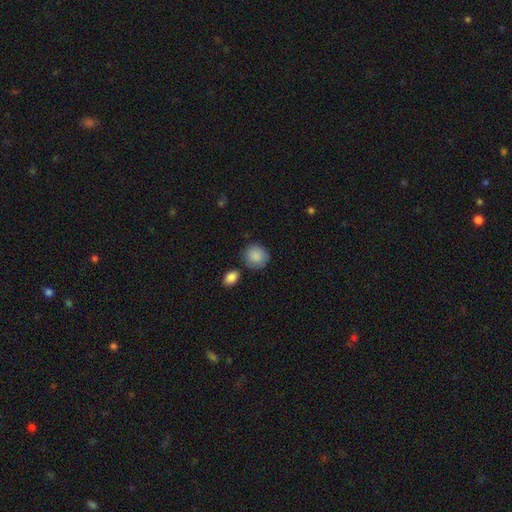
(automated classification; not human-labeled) Smooth or featured? Predicted: smooth (p=0.89). How rounded? Predicted: round (p=0.83). Merging? Predicted: none (p=0.77).